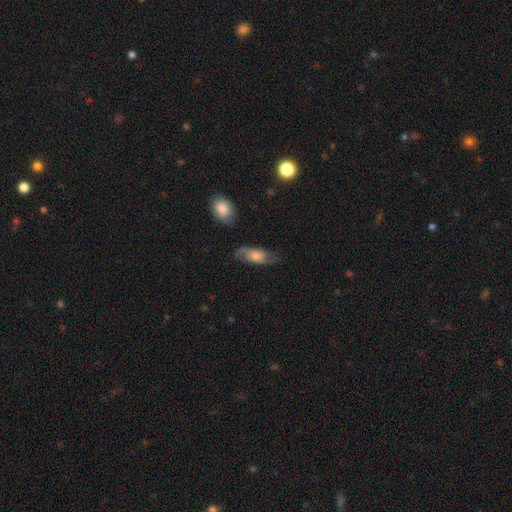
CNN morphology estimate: Overall: featured or disk (51%; smooth 42%). Edge-on disk: no (83%). Merging: none (68%).